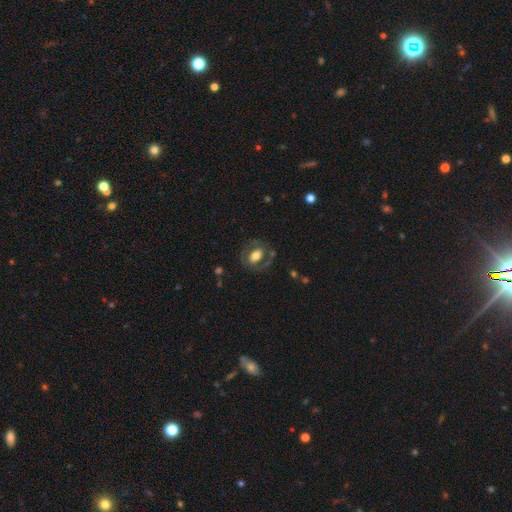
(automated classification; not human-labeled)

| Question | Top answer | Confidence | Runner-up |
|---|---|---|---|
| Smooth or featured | smooth | 50% | featured or disk (43%) |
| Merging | none | 67% | minor disturbance (16%) |